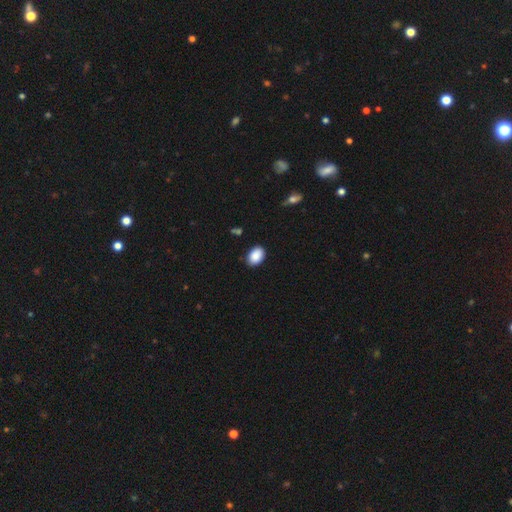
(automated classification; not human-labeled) This is clearly a smooth galaxy (89%). How rounded: clearly in between (86%). Merging: clearly none (87%).